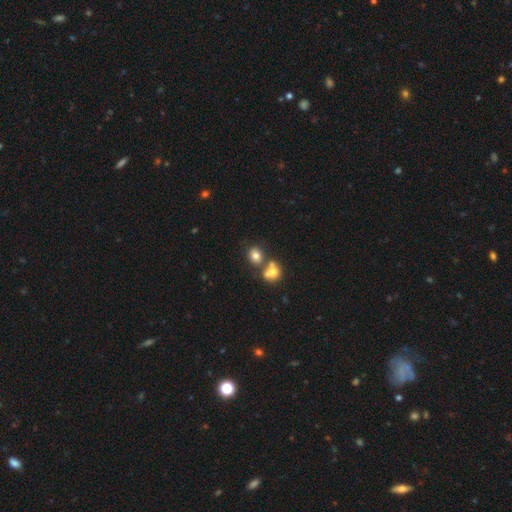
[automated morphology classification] Overall: smooth (77%). How rounded: round (66%; in between 33%). Merging: none (49%; merger 37%).